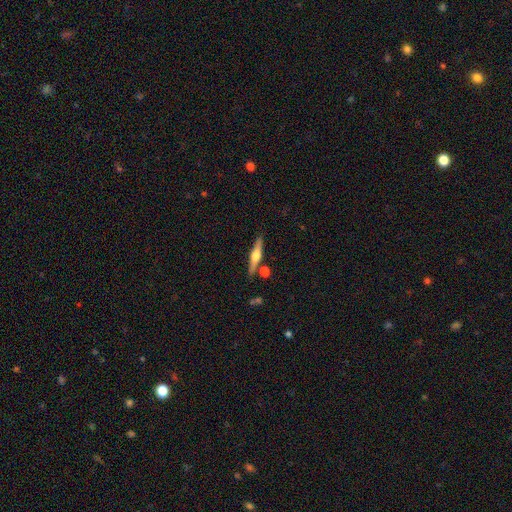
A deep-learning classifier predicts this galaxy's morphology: Smooth or featured? featured or disk (69%)
Edge-on disk? yes (97%)
Edge-on bulge? rounded (92%)
Merging? none (82%)